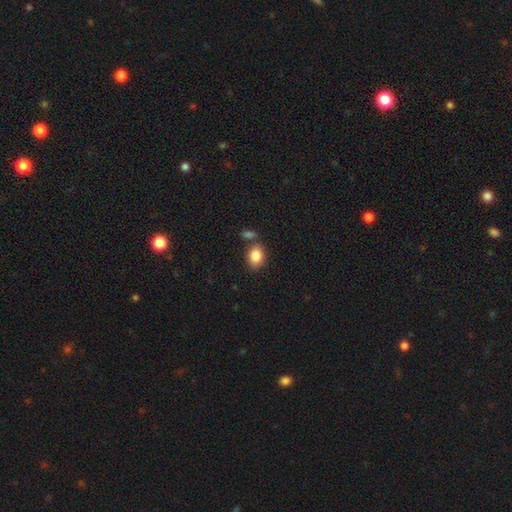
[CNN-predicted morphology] Smooth or featured: smooth — 85% (star or artifact — 8%)
How rounded: in between — 67% (round — 32%)
Merging: none — 68% (merger — 16%)